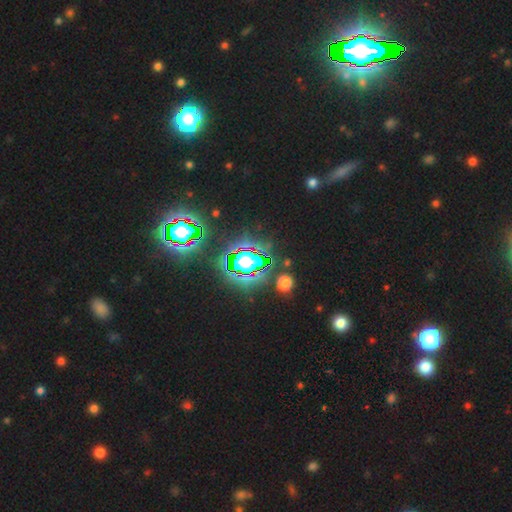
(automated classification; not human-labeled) Q: Smooth or featured?
A: star or artifact (81%); runner-up: smooth (11%)